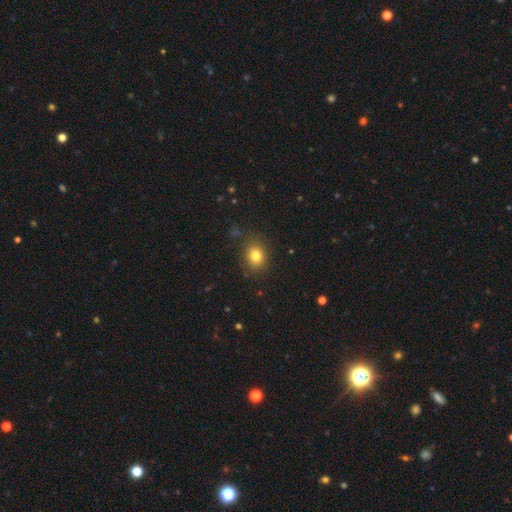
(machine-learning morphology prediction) smooth 81%, star or artifact 12%, featured or disk 7%. Down the decision tree: how rounded — round (59%); merging — none (84%).